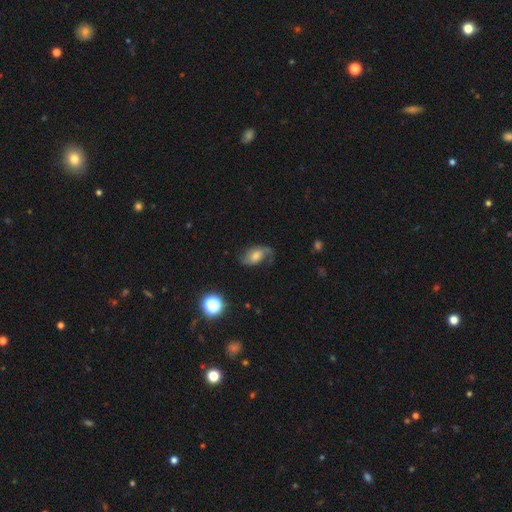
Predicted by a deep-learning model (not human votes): Morphology: type=featured or disk (59%); edge-on=no (95%); bar=no (60%); spiral arms=yes (89%); winding=loose (54%); arm count=2 (76%); bulge=moderate (45%); merging=none (58%).